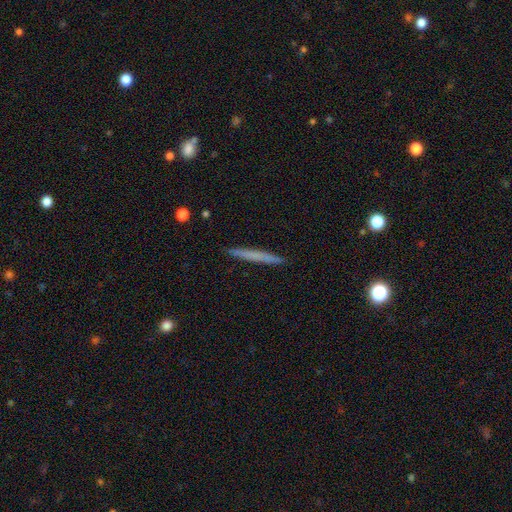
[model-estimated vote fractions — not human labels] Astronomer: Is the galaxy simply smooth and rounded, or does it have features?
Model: smooth — 58% (runner-up: featured or disk, 35%).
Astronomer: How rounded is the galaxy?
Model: cigar-shaped — 97%.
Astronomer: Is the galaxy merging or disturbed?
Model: none — 92%.